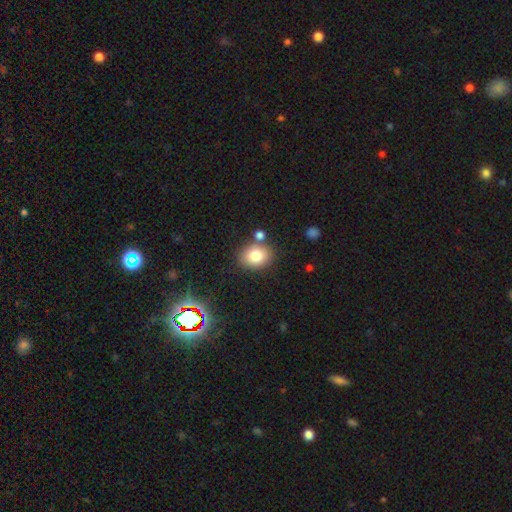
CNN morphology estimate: The model was most divided on "how rounded": in between: 54%, round: 45%, cigar-shaped: 1%. More confident: smooth or featured — smooth (81%); merging — none (74%).